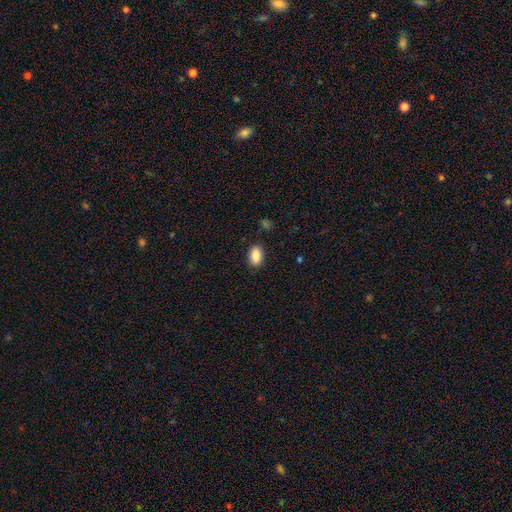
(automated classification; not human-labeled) smooth-or-featured: smooth: 88% | star or artifact: 8% | featured or disk: 4%
  how-rounded: in between: 90% | round: 9% | cigar-shaped: 2%
  merging: none: 86% | minor disturbance: 10% | major disturbance: 3% | merger: 2%